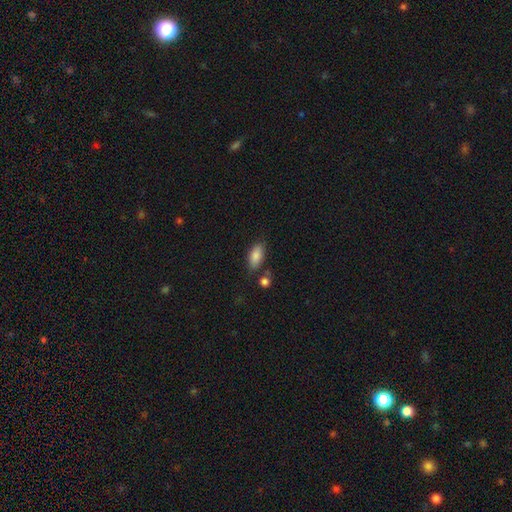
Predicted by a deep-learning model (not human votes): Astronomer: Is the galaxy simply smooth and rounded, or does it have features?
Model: smooth — 86%.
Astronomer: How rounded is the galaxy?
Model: in between — 89%.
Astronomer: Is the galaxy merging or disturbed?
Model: none — 72%.